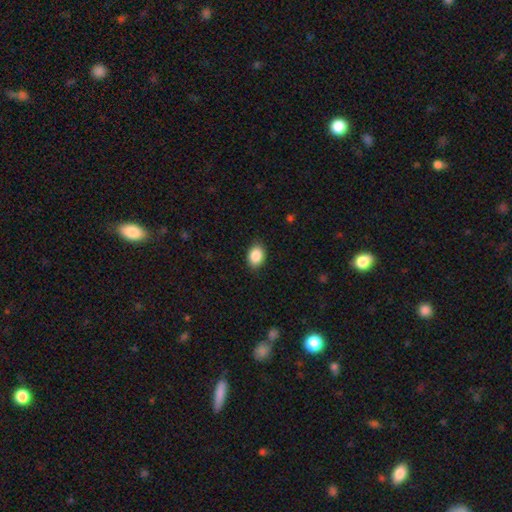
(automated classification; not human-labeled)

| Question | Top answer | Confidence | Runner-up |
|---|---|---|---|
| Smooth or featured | smooth | 88% | star or artifact (8%) |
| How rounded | in between | 75% | round (24%) |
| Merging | none | 88% | minor disturbance (9%) |